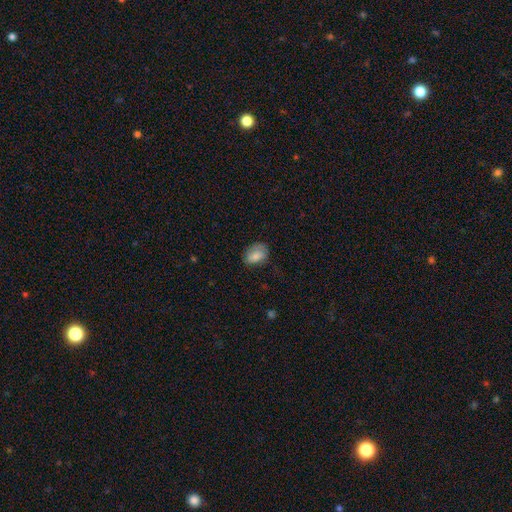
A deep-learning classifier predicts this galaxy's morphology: Smooth or featured?
  - smooth: 81% *
  - featured or disk: 11%
  - star or artifact: 8%
How rounded?
  - in between: 77% *
  - round: 22%
  - cigar-shaped: 1%
Merging?
  - none: 65% *
  - minor disturbance: 27%
  - major disturbance: 7%
  - merger: 1%